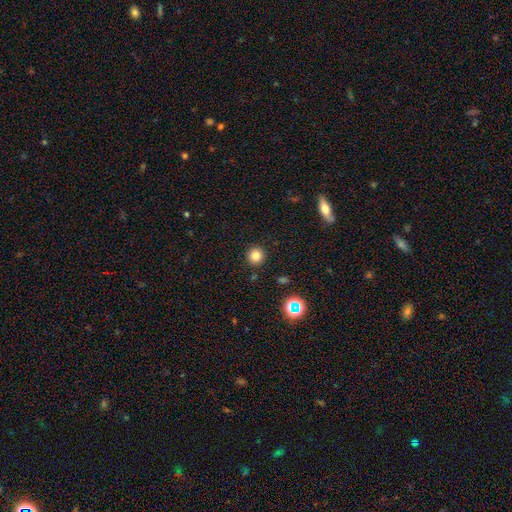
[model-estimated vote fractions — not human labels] Q: Smooth or featured?
A: smooth (80%); runner-up: star or artifact (14%)
Q: How rounded?
A: round (93%); runner-up: in between (6%)
Q: Merging?
A: none (91%); runner-up: minor disturbance (6%)